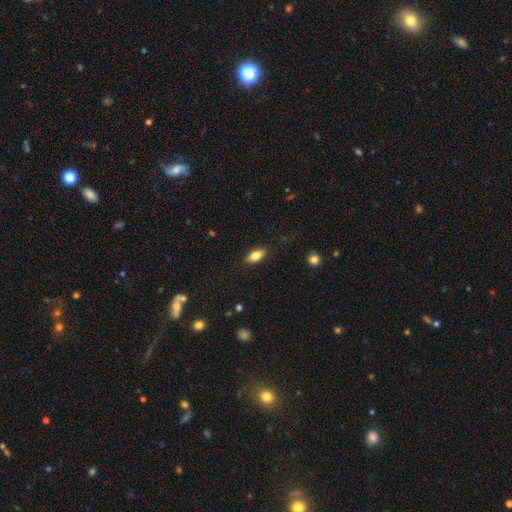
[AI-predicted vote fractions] A smooth galaxy with no disk features (80%) that is in between round and cigar-shaped (87%).

Vote fractions:
- Smooth or featured? smooth: 80% / featured or disk: 12% / star or artifact: 7%
- How rounded? in between: 87% / cigar-shaped: 10% / round: 4%
- Merging? none: 86% / minor disturbance: 10% / major disturbance: 2% / merger: 1%